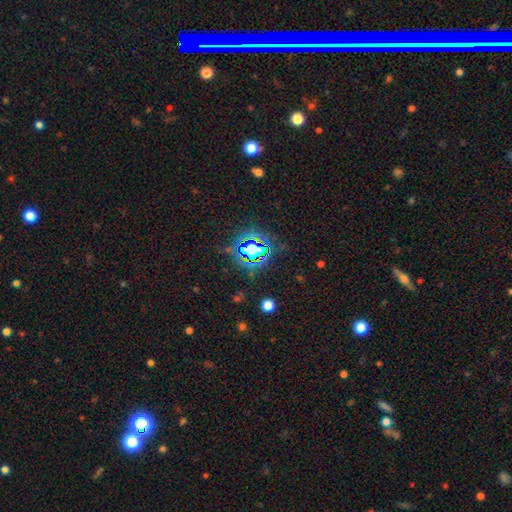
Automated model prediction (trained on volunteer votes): Morphology: type=star or artifact (78%).